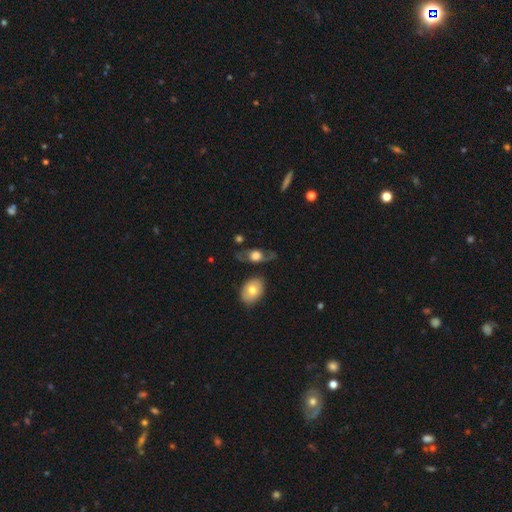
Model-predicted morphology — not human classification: Smooth or featured? Predicted: smooth (p=0.50). How rounded? Predicted: in between (p=0.68). Merging? Predicted: none (p=0.52).